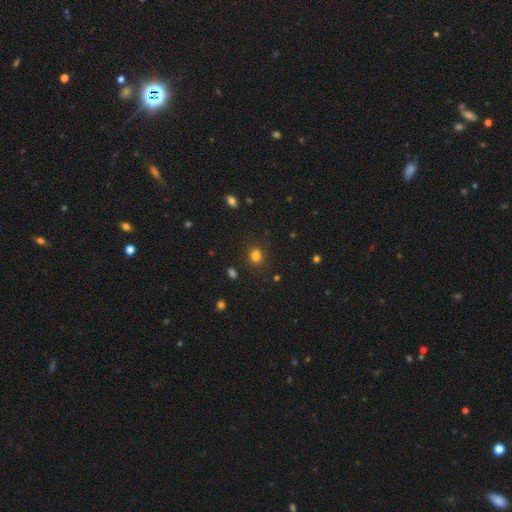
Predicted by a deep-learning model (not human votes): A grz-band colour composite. It shows a smooth galaxy with no disk features (80%) that is round (63%). Merging: none (85%).